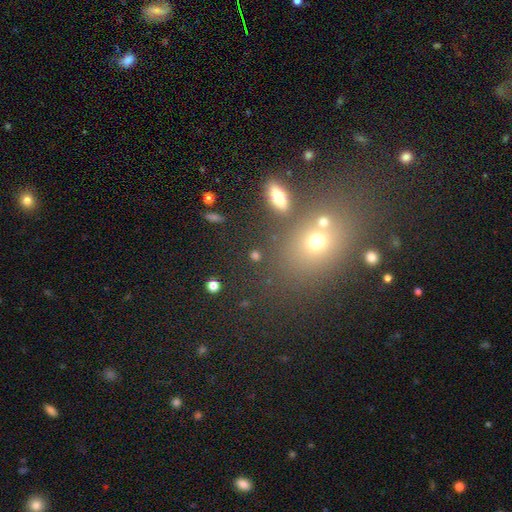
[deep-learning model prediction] Q: Smooth or featured?
A: smooth (60%); runner-up: star or artifact (26%)
Q: How rounded?
A: round (52%); runner-up: in between (43%)
Q: Merging?
A: none (68%); runner-up: merger (16%)